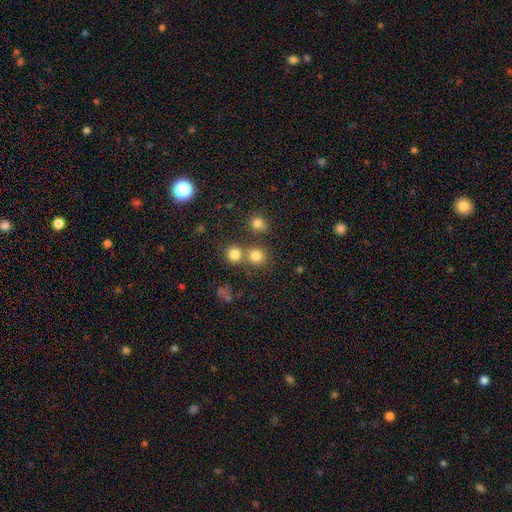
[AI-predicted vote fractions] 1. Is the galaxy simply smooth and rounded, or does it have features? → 79% smooth, 15% star or artifact, 6% featured or disk.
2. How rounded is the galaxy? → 85% round, 14% in between, 1% cigar-shaped.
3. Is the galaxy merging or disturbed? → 63% none, 26% merger, 8% minor disturbance, 3% major disturbance.